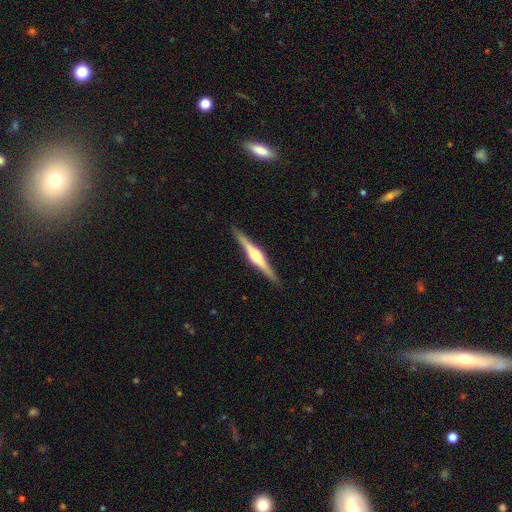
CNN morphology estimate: A featured or disk galaxy (80%) viewed edge-on (98%) with a rounded central bulge (80%).

Vote fractions:
- Smooth or featured? featured or disk: 80% / smooth: 15% / star or artifact: 5%
- Edge-on disk? yes: 98% / no: 2%
- Edge-on bulge? rounded: 80% / boxy: 16% / none: 4%
- Merging? none: 91% / minor disturbance: 7% / major disturbance: 1% / merger: 1%